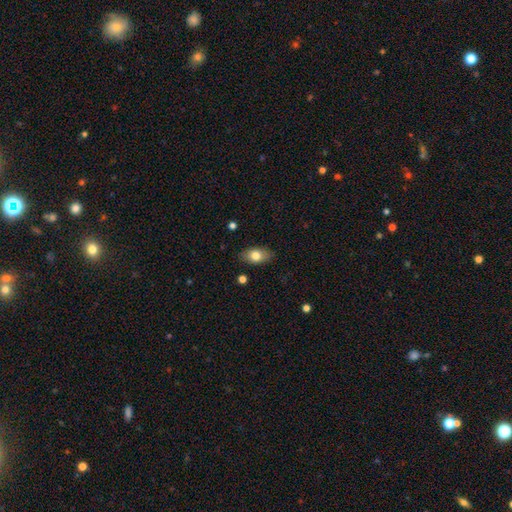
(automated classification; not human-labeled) Smooth or featured?
  - smooth: 77% *
  - featured or disk: 15%
  - star or artifact: 7%
How rounded?
  - in between: 88% *
  - round: 8%
  - cigar-shaped: 4%
Merging?
  - none: 85% *
  - minor disturbance: 11%
  - major disturbance: 2%
  - merger: 1%